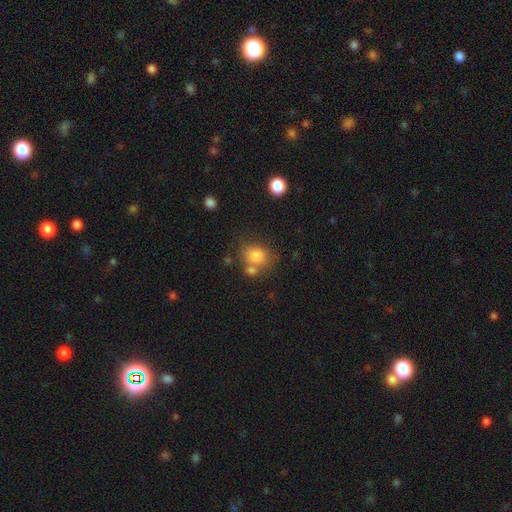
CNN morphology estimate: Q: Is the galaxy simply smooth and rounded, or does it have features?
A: smooth — 81%.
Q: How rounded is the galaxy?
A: round — 59%.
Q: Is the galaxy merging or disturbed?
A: none — 57%.